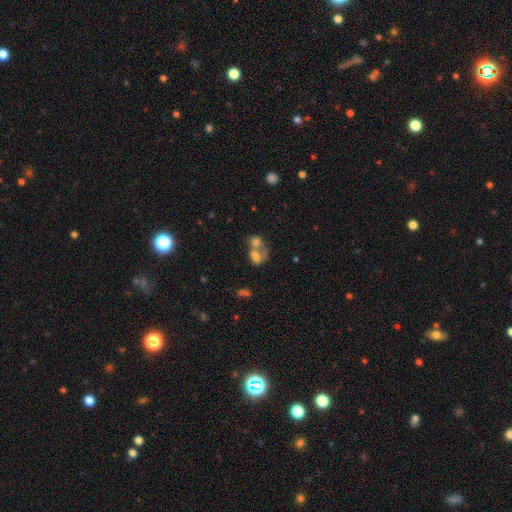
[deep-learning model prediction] Smooth or featured?
  - smooth: 65% *
  - featured or disk: 24%
  - star or artifact: 10%
How rounded?
  - in between: 63% *
  - round: 35%
  - cigar-shaped: 2%
Merging?
  - merger: 74% *
  - none: 13%
  - major disturbance: 7%
  - minor disturbance: 6%